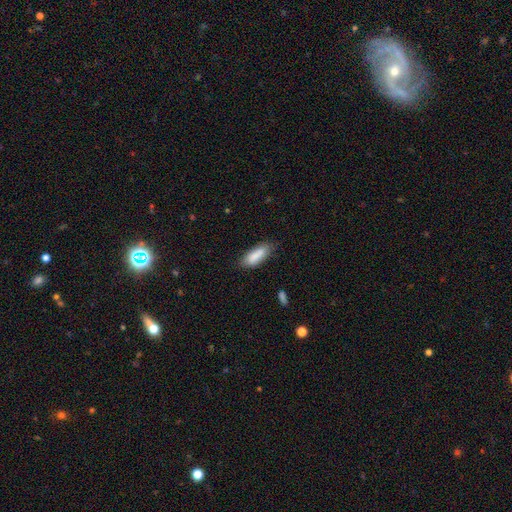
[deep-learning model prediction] smooth_or_featured: smooth (p=0.85) [alt: featured or disk p=0.08]
how_rounded: in between (p=0.68) [alt: cigar-shaped p=0.30]
merging: none (p=0.72) [alt: minor disturbance p=0.21]